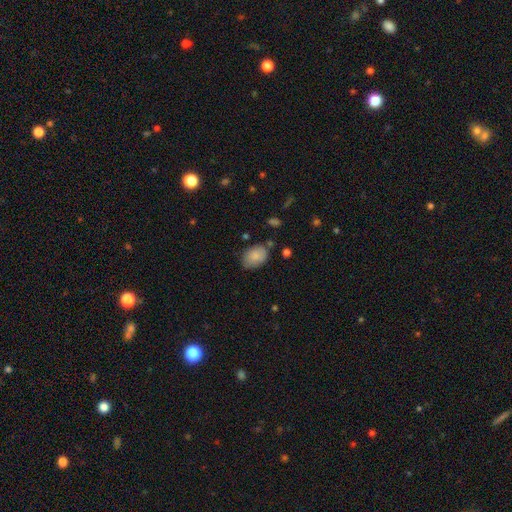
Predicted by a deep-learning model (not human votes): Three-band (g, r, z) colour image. It shows a smooth galaxy with no disk features (85%) that is in between round and cigar-shaped (82%). Merging: none (75%).